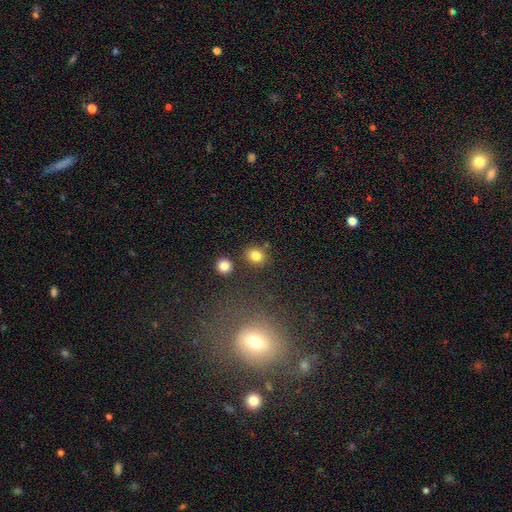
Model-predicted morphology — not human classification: smooth-or-featured: smooth: 82% | star or artifact: 12% | featured or disk: 6%
  how-rounded: round: 66% | in between: 33% | cigar-shaped: 1%
  merging: none: 79% | minor disturbance: 10% | merger: 8% | major disturbance: 3%